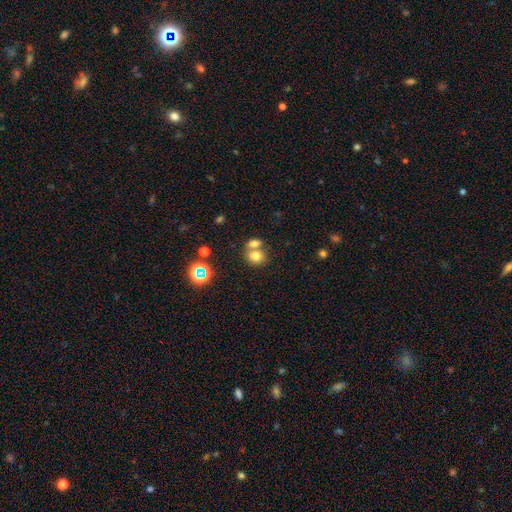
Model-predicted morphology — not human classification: Smooth or featured? smooth (74%)
How rounded? round (57%)
Merging? merger (46%)